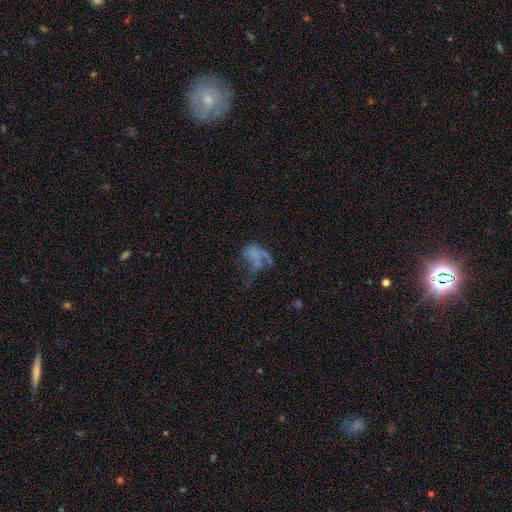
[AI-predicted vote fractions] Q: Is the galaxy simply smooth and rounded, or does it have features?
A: featured or disk — 46%.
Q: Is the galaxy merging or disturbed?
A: major disturbance — 48%.